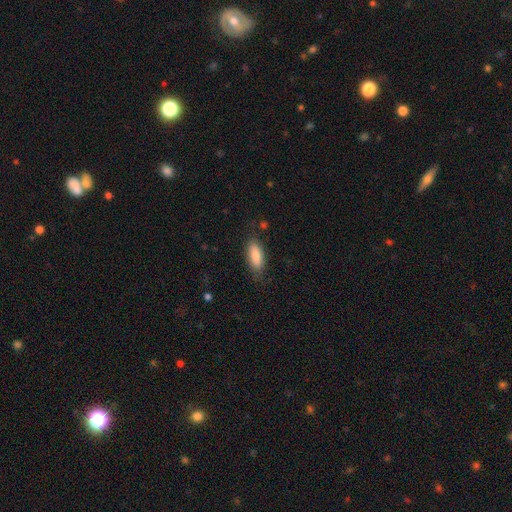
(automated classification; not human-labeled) Smooth or featured?
  - smooth: 85% *
  - featured or disk: 9%
  - star or artifact: 6%
How rounded?
  - in between: 79% *
  - cigar-shaped: 19%
  - round: 2%
Merging?
  - none: 77% *
  - minor disturbance: 17%
  - major disturbance: 5%
  - merger: 2%